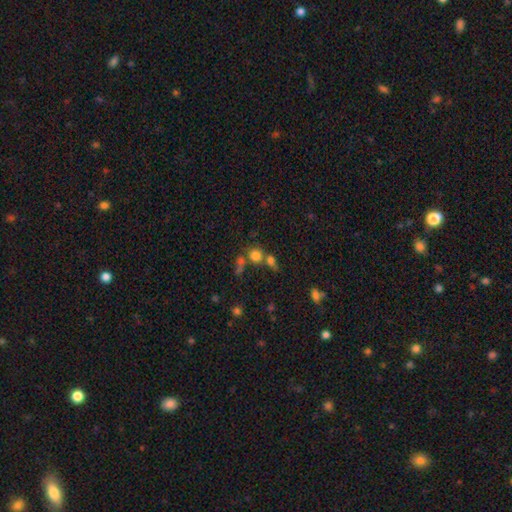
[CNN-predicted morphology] This is likely a smooth galaxy (74%). How rounded: clearly round (84%). Merging: possibly none (50%).